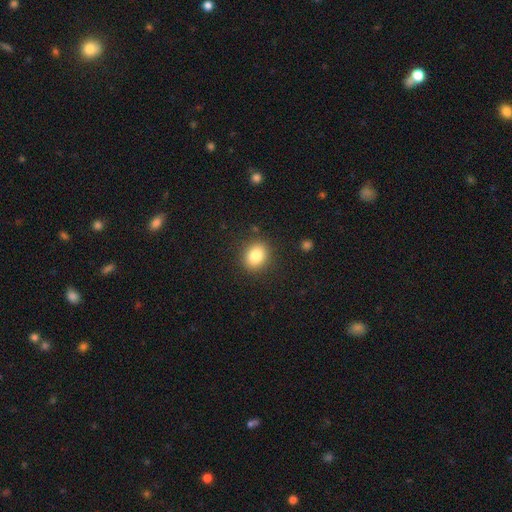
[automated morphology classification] Smooth or featured?
  - smooth: 83% *
  - star or artifact: 10%
  - featured or disk: 7%
How rounded?
  - round: 61% *
  - in between: 38%
  - cigar-shaped: 1%
Merging?
  - none: 88% *
  - minor disturbance: 8%
  - major disturbance: 3%
  - merger: 1%